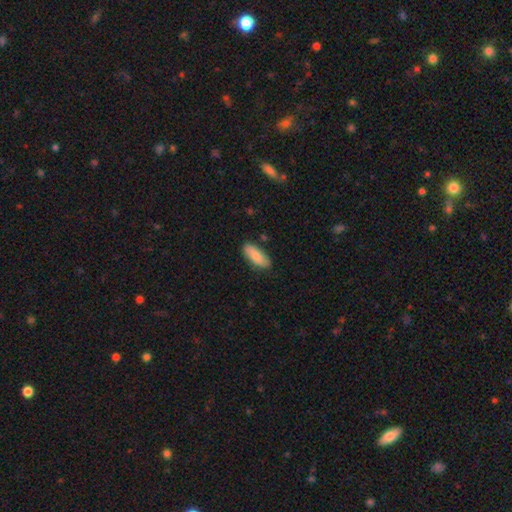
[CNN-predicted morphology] Smooth or featured?
  - smooth: 86% *
  - featured or disk: 9%
  - star or artifact: 6%
How rounded?
  - in between: 70% *
  - cigar-shaped: 28%
  - round: 2%
Merging?
  - none: 83% *
  - minor disturbance: 13%
  - major disturbance: 2%
  - merger: 2%